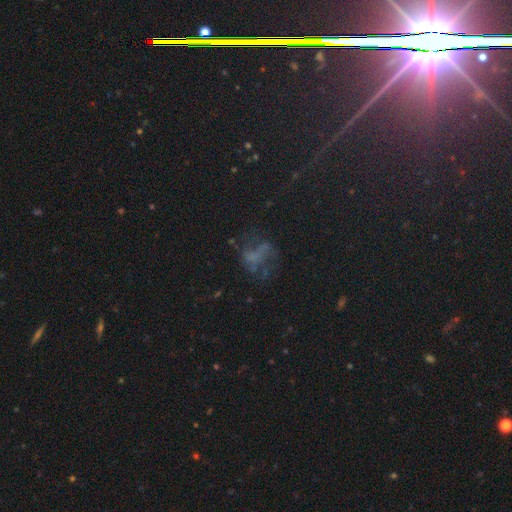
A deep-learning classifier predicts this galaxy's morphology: Smooth or featured: featured or disk — 41% (star or artifact — 31%)
Merging: none — 44% (major disturbance — 34%)